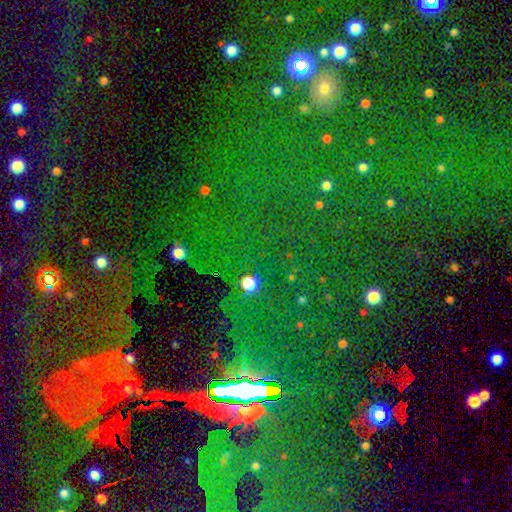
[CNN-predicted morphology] A star or artifact, not a galaxy (70%).

Vote fractions:
- Smooth or featured? star or artifact: 70% / smooth: 16% / featured or disk: 14%